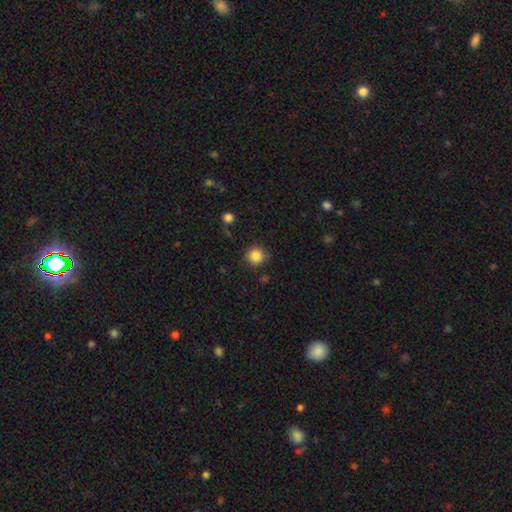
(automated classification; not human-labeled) Smooth or featured? smooth (85%)
How rounded? round (93%)
Merging? none (87%)